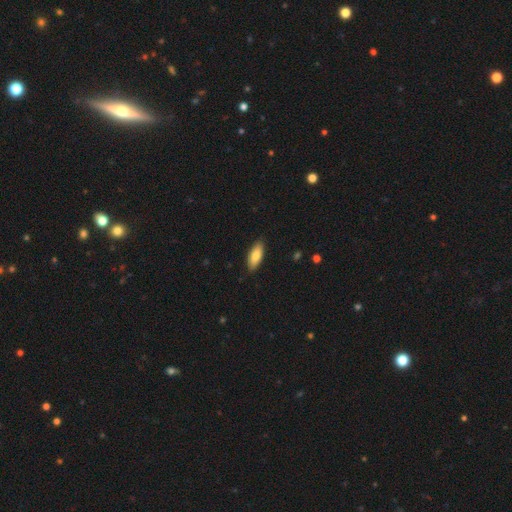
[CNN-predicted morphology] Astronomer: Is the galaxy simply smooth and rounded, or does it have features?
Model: smooth — 82%.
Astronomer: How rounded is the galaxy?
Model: in between — 75%.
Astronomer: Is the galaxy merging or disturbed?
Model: none — 88%.